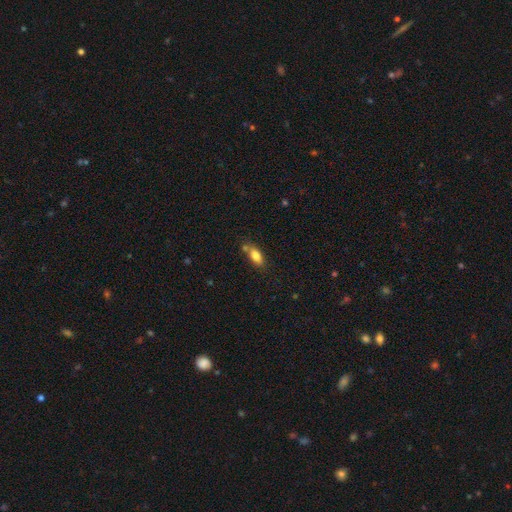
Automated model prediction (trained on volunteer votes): Overall: smooth (80%). How rounded: in between (83%). Merging: none (63%).